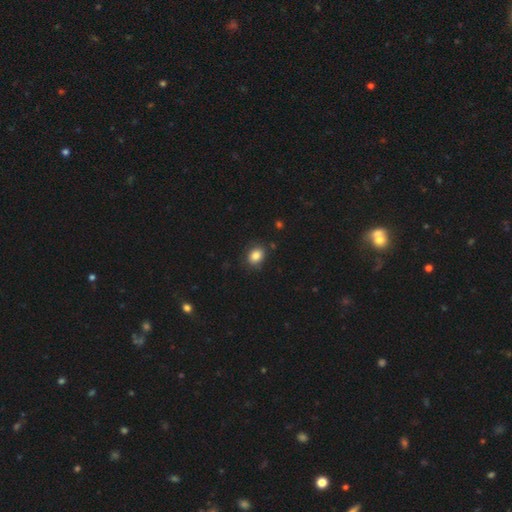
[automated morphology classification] The model was most divided on "how rounded": in between: 59%, round: 40%, cigar-shaped: 1%. More confident: smooth or featured — smooth (85%); merging — none (83%).